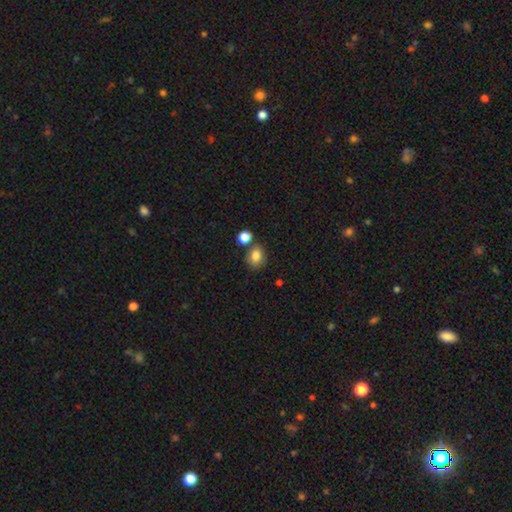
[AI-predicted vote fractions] Morphology: type=smooth (83%); roundness=round (50%); merging=none (68%).